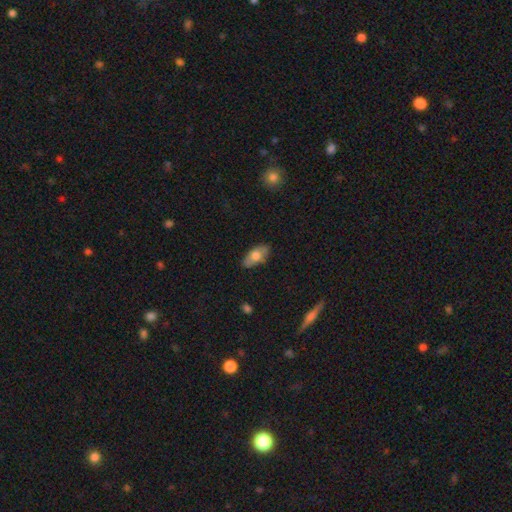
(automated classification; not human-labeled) Morphology: type=smooth (64%); roundness=in between (89%); merging=none (78%).